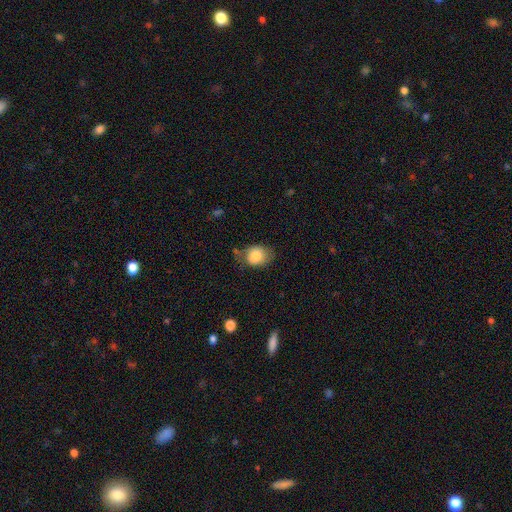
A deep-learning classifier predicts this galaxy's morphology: type=smooth (81%); roundness=in between (54%); merging=none (59%).